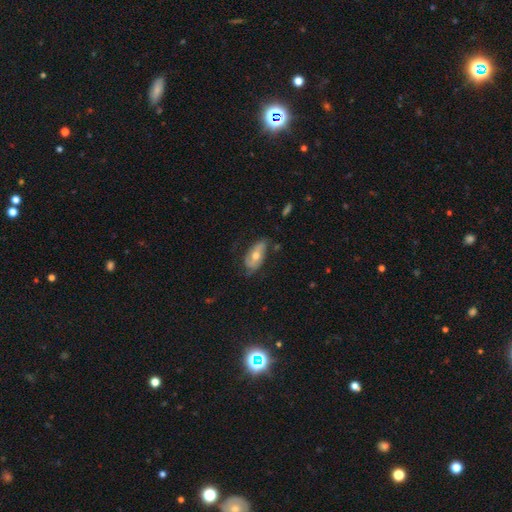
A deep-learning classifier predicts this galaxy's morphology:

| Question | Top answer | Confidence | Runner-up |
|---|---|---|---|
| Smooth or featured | smooth | 48% | featured or disk (45%) |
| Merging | none | 58% | minor disturbance (30%) |